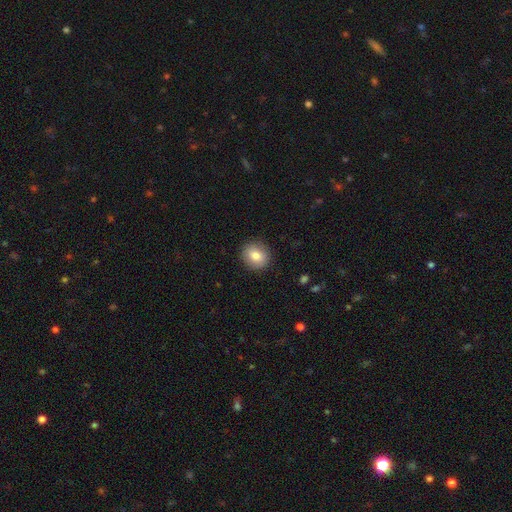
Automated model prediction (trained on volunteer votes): smooth_or_featured: smooth (p=0.80) [alt: featured or disk p=0.11]
how_rounded: round (p=0.82) [alt: in between p=0.17]
merging: none (p=0.89) [alt: minor disturbance p=0.08]